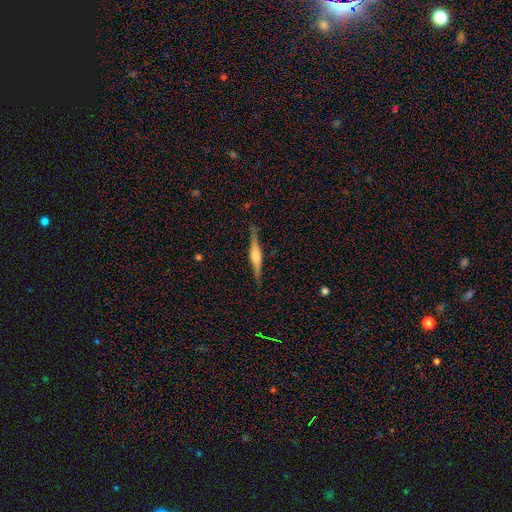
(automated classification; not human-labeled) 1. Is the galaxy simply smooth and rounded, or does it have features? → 69% featured or disk, 26% smooth, 6% star or artifact.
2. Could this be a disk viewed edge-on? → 97% yes, 3% no.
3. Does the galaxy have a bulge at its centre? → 72% rounded, 22% boxy, 7% none.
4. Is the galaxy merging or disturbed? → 87% none, 10% minor disturbance, 2% major disturbance, 1% merger.